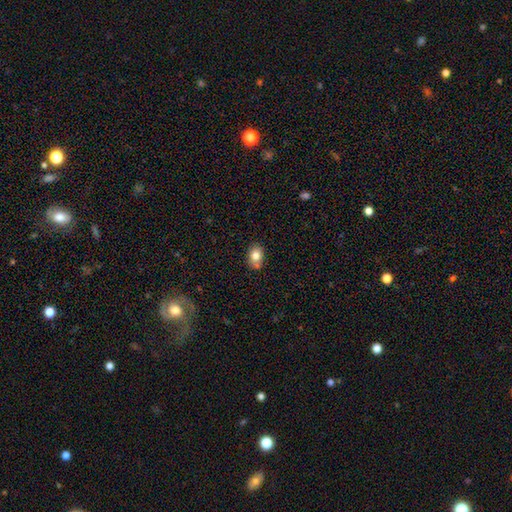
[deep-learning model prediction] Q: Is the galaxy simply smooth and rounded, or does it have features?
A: smooth — 80%.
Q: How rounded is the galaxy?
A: in between — 64%.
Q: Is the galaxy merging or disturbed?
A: none — 71%.